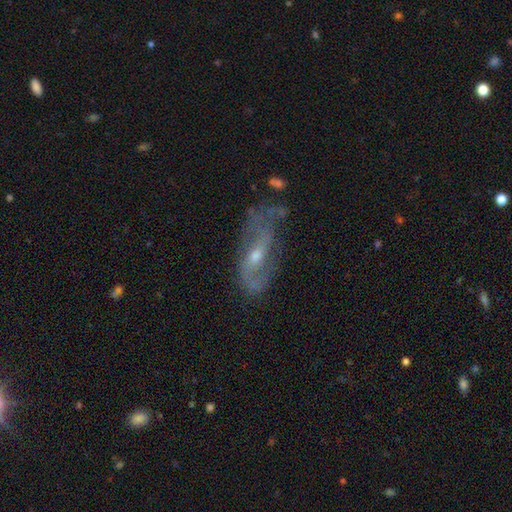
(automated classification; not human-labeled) This appears to be a featured or disk galaxy (74%) with a weak bar (42%), 2 (67%) loose (39%) spiral arms (81%) and a moderate central bulge (48%). Merging: none (56%).